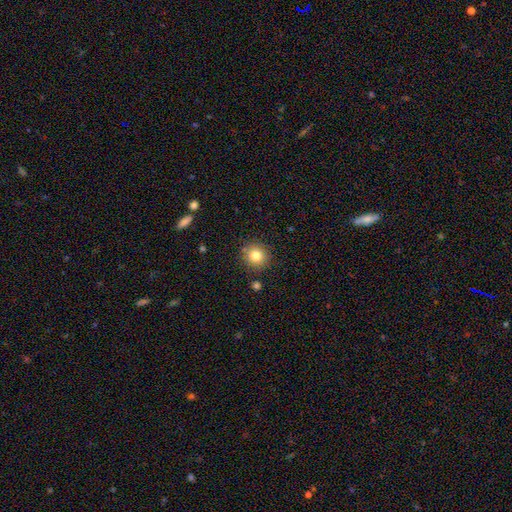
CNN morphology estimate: Smooth or featured?
  - smooth: 81% *
  - star or artifact: 11%
  - featured or disk: 8%
How rounded?
  - round: 91% *
  - in between: 9%
  - cigar-shaped: 1%
Merging?
  - none: 86% *
  - minor disturbance: 8%
  - merger: 3%
  - major disturbance: 2%